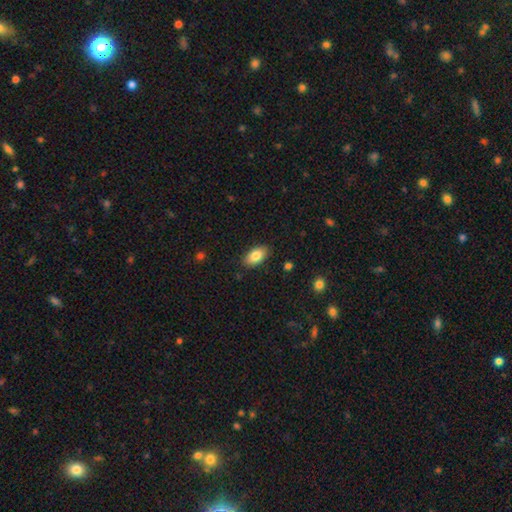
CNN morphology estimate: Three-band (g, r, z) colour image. It shows a smooth galaxy with no disk features (83%) that is in between round and cigar-shaped (92%). Merging: none (87%).